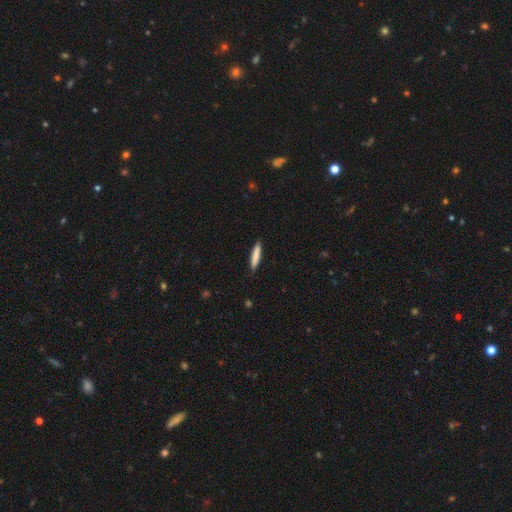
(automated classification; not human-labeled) A smooth galaxy with no disk features (82%) that is cigar-shaped (90%).

Vote fractions:
- Smooth or featured? smooth: 82% / featured or disk: 12% / star or artifact: 5%
- How rounded? cigar-shaped: 90% / in between: 9% / round: 1%
- Merging? none: 89% / minor disturbance: 8% / major disturbance: 1% / merger: 1%